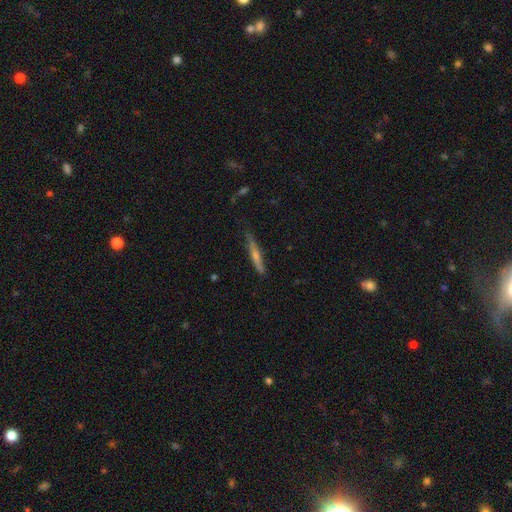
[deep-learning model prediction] smooth_or_featured: featured or disk (p=0.54) [alt: smooth p=0.39]
disk_edge_on: yes (p=0.94) [alt: no p=0.06]
edge_on_bulge: rounded (p=0.62) [alt: none p=0.30]
merging: none (p=0.79) [alt: minor disturbance p=0.17]